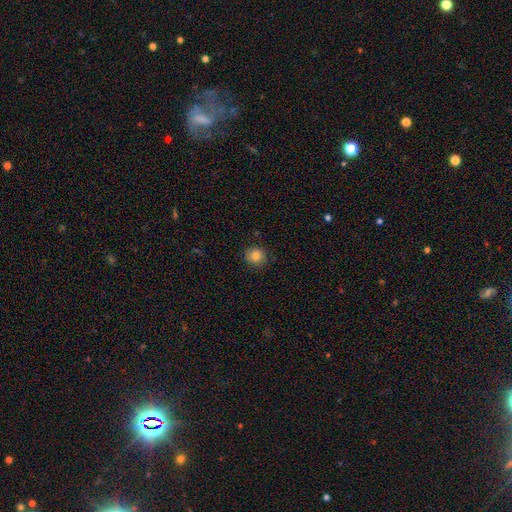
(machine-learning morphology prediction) The model was most divided on "smooth or featured": smooth: 82%, star or artifact: 10%, featured or disk: 8%. More confident: how rounded — round (90%); merging — none (88%).